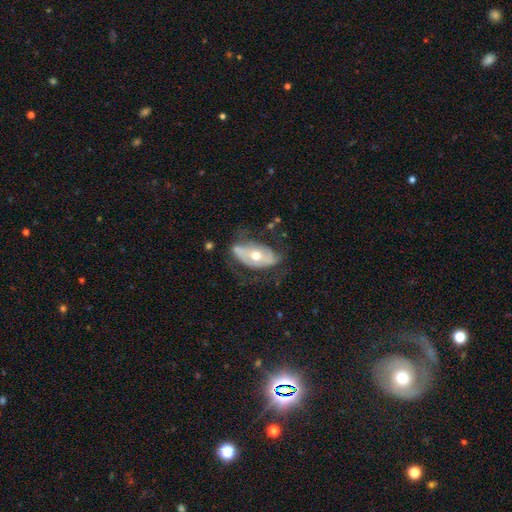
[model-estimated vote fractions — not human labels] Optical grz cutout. It shows a featured or disk galaxy (63%) with no bar (69%), no spiral arms (53%) and a moderate central bulge (68%). Merging: none (53%).